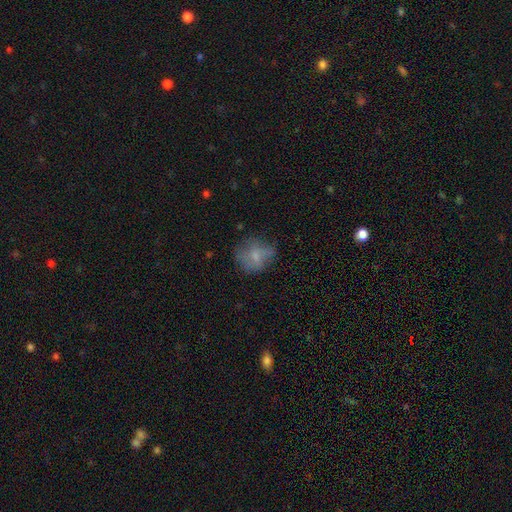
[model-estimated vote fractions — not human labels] A smooth galaxy with no disk features (65%) that is round (71%).

Vote fractions:
- Smooth or featured? smooth: 65% / featured or disk: 23% / star or artifact: 12%
- How rounded? round: 71% / in between: 28% / cigar-shaped: 1%
- Merging? none: 57% / minor disturbance: 25% / major disturbance: 16% / merger: 3%